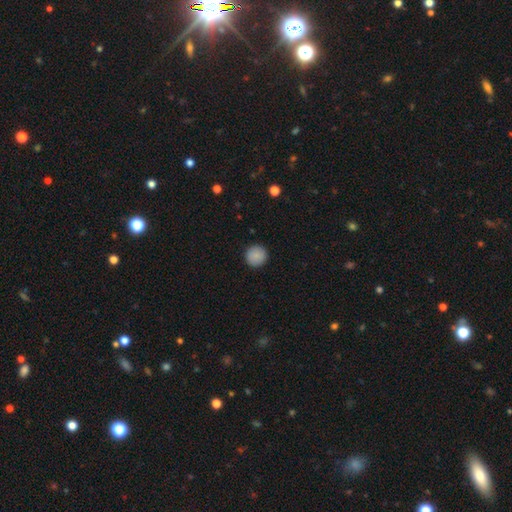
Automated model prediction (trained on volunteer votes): This is clearly a smooth galaxy (89%). How rounded: clearly round (95%). Merging: clearly none (92%).